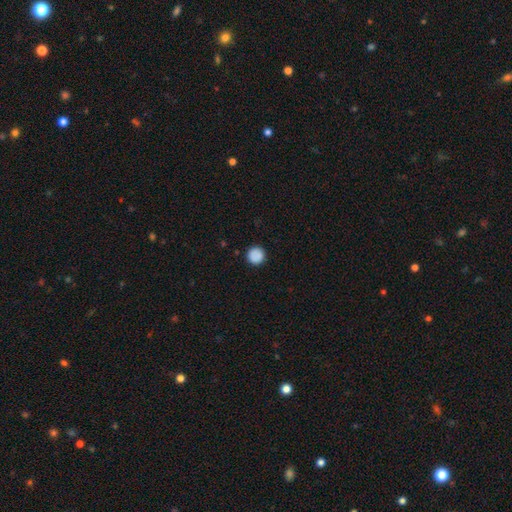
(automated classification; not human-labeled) Smooth or featured?
  - smooth: 87% *
  - star or artifact: 9%
  - featured or disk: 4%
How rounded?
  - round: 95% *
  - in between: 4%
  - cigar-shaped: 1%
Merging?
  - none: 90% *
  - minor disturbance: 7%
  - major disturbance: 2%
  - merger: 1%